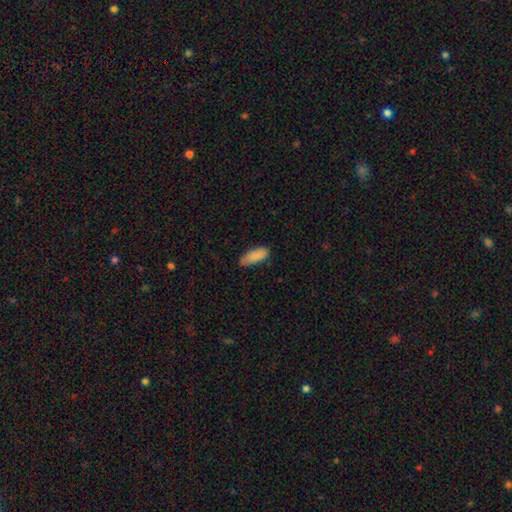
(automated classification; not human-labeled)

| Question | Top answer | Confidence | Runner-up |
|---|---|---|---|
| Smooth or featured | smooth | 89% | star or artifact (7%) |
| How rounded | in between | 76% | cigar-shaped (23%) |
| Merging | none | 76% | minor disturbance (20%) |